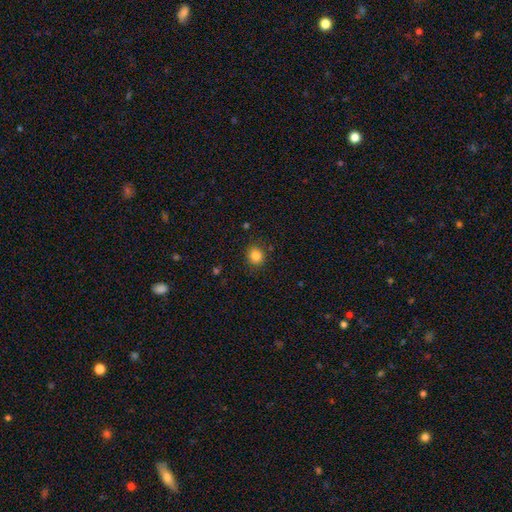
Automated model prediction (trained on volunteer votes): smooth 84%, star or artifact 11%, featured or disk 5%. Down the decision tree: how rounded — round (83%); merging — none (87%).